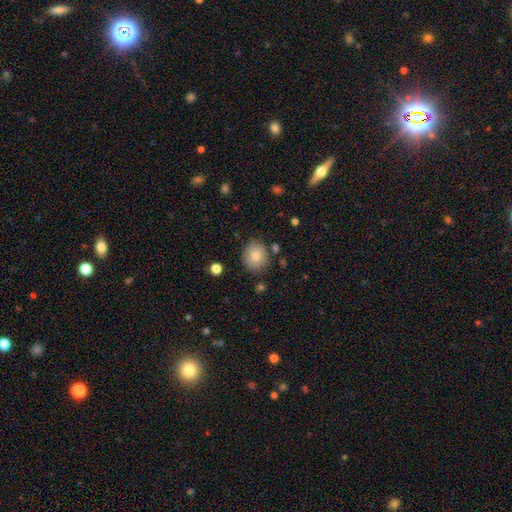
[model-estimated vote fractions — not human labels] Smooth or featured: smooth — 81% (featured or disk — 10%)
How rounded: round — 73% (in between — 26%)
Merging: none — 79% (minor disturbance — 14%)